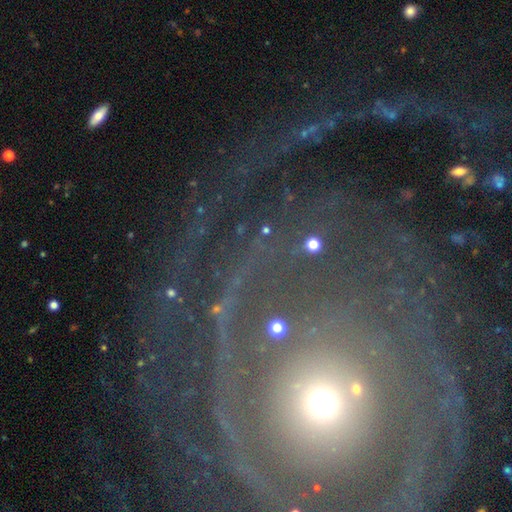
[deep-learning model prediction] Smooth or featured?
  - featured or disk: 75% *
  - star or artifact: 14%
  - smooth: 11%
Edge-on disk?
  - no: 96% *
  - yes: 4%
Bar?
  - no: 79% *
  - weak: 13%
  - strong: 8%
Spiral arms?
  - yes: 83% *
  - no: 17%
Spiral winding?
  - tight: 61% *
  - medium: 25%
  - loose: 14%
Spiral arm count?
  - can't tell: 27% *
  - 2: 22%
  - 3: 15%
  - more than 4: 13%
  - 4: 11%
  - 1: 11%
Bulge size?
  - small: 50% *
  - moderate: 41%
  - large: 5%
  - dominant: 2%
  - none: 2%
Merging?
  - none: 64% *
  - major disturbance: 20%
  - minor disturbance: 12%
  - merger: 3%